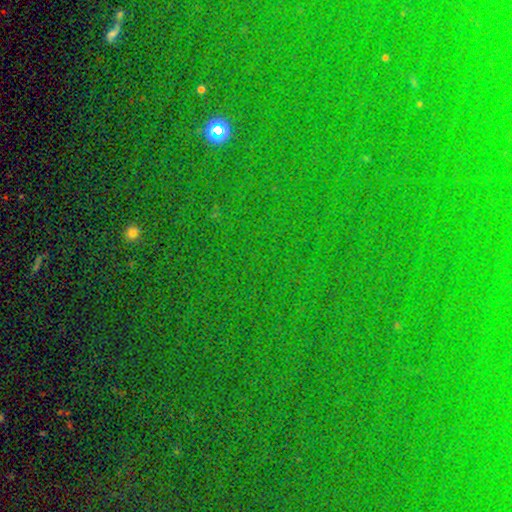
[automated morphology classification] Smooth or featured? star or artifact (82%)